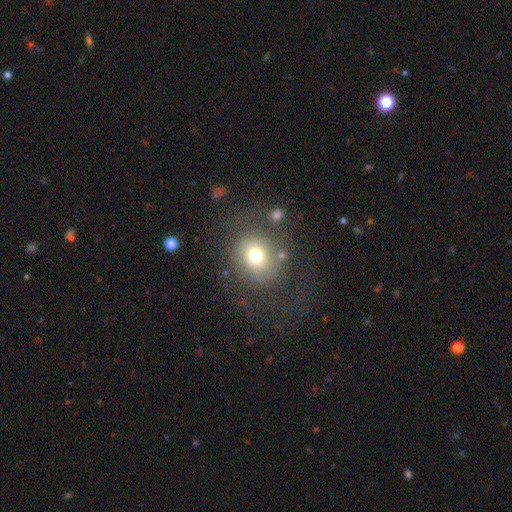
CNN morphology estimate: This appears to be a smooth galaxy with no disk features (60%) that is round (76%). Merging: none (59%).